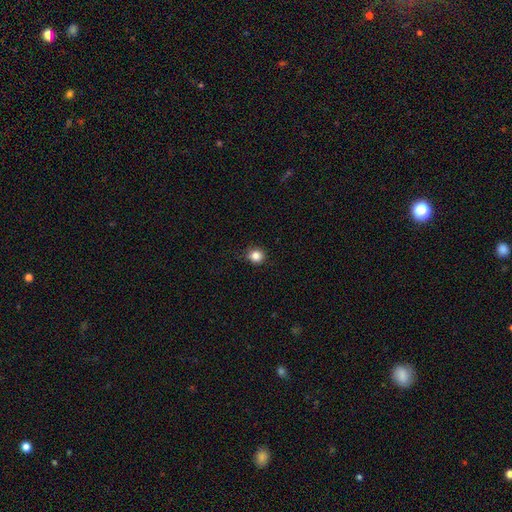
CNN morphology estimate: Smooth or featured?
  - smooth: 84% *
  - star or artifact: 12%
  - featured or disk: 5%
How rounded?
  - round: 88% *
  - in between: 11%
  - cigar-shaped: 1%
Merging?
  - none: 87% *
  - minor disturbance: 10%
  - major disturbance: 2%
  - merger: 1%